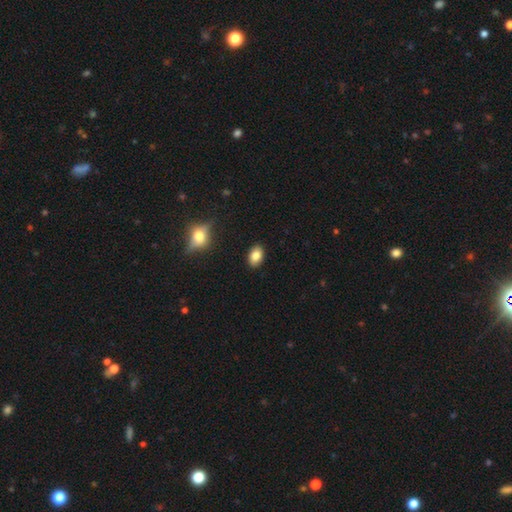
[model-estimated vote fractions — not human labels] This appears to be a smooth galaxy with no disk features (83%) that is in between round and cigar-shaped (87%). Merging: none (89%).